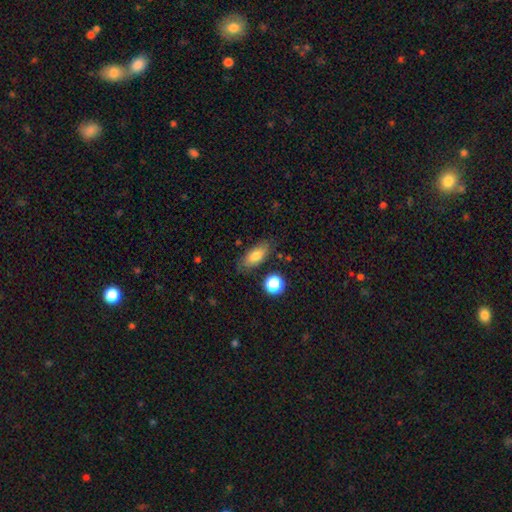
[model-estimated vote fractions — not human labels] The model was most divided on "smooth or featured": smooth: 76%, featured or disk: 15%, star or artifact: 9%. More confident: how rounded — in between (78%); merging — none (77%).